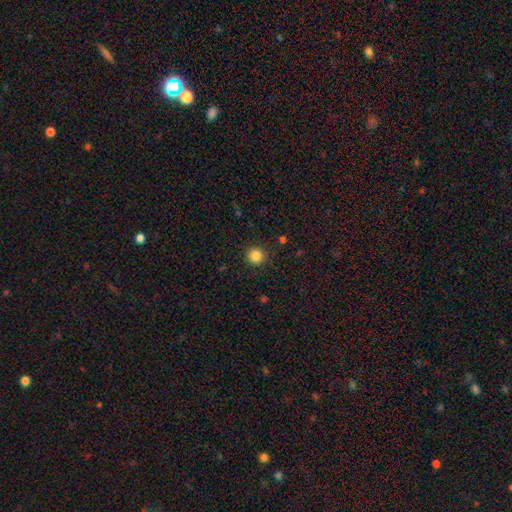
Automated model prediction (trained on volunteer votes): Overall: smooth (85%). How rounded: round (94%). Merging: none (90%).